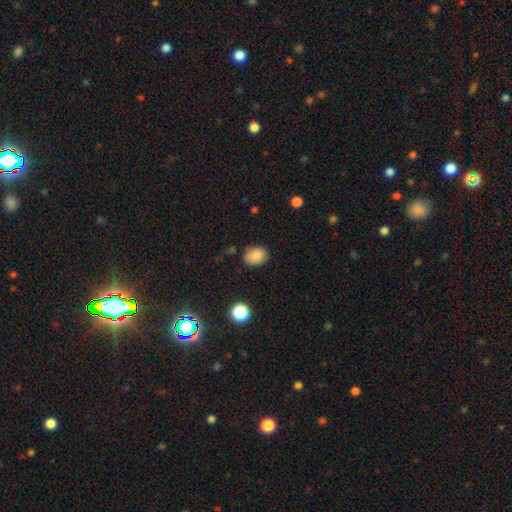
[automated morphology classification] Smooth or featured: smooth — 85% (star or artifact — 10%)
How rounded: in between — 56% (round — 43%)
Merging: none — 82% (minor disturbance — 13%)